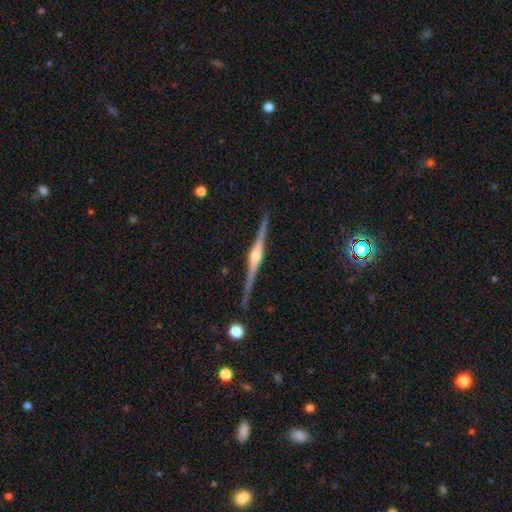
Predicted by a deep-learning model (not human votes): Morphology: type=featured or disk (87%); edge-on=yes (99%); edge-on bulge=rounded (89%); merging=none (88%).